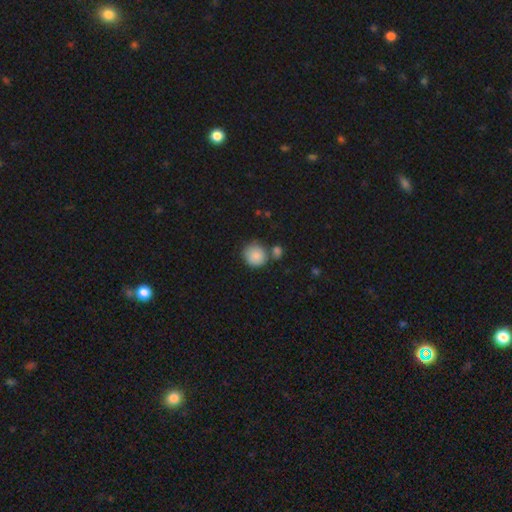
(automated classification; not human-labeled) smooth_or_featured: smooth (p=0.85) [alt: star or artifact p=0.08]
how_rounded: round (p=0.89) [alt: in between p=0.10]
merging: none (p=0.60) [alt: merger p=0.23]